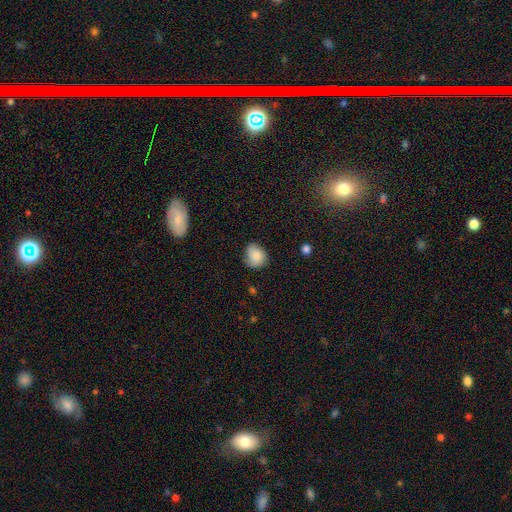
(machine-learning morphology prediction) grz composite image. It shows a smooth galaxy with no disk features (78%) that is round (67%). Merging: none (60%).